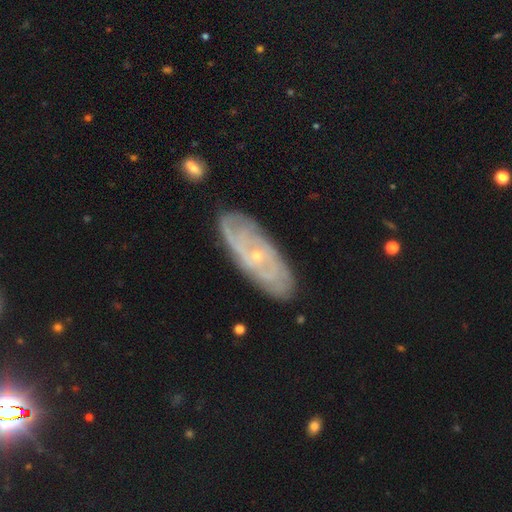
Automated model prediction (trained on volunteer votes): Smooth or featured? Predicted: featured or disk (p=0.80). Edge-on disk? Predicted: no (p=0.86). Bar? Predicted: no (p=0.76). Spiral arms? Predicted: yes (p=0.91). Spiral winding? Predicted: tight (p=0.70). Spiral arm count? Predicted: can't tell (p=0.46). Bulge size? Predicted: small (p=0.82). Merging? Predicted: none (p=0.84).